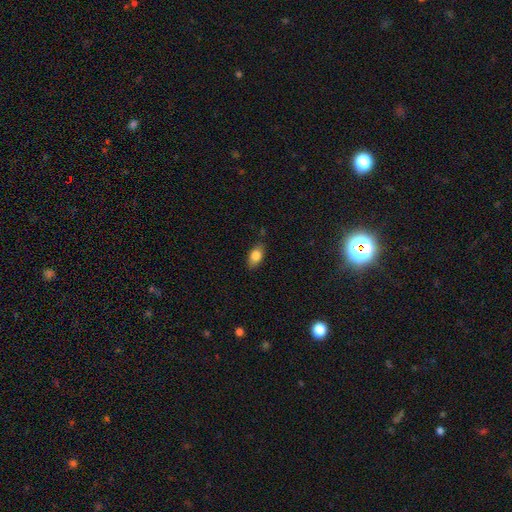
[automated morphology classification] smooth-or-featured: smooth: 80% | featured or disk: 12% | star or artifact: 8%
  how-rounded: in between: 87% | round: 7% | cigar-shaped: 5%
  merging: none: 80% | minor disturbance: 15% | major disturbance: 3% | merger: 2%